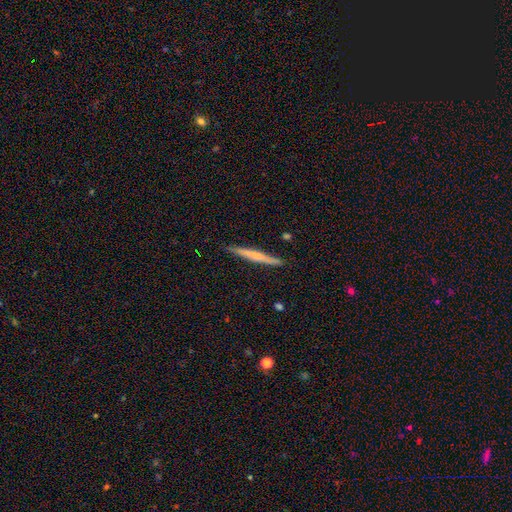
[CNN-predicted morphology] Overall: featured or disk (49%; smooth 45%). Merging: none (89%).